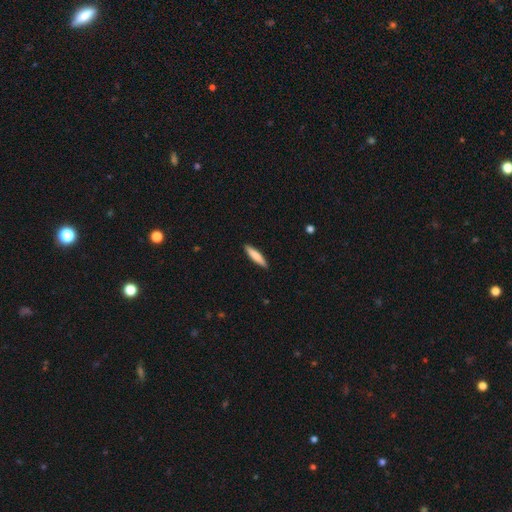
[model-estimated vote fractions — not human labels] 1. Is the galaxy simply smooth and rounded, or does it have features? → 78% smooth, 17% featured or disk, 5% star or artifact.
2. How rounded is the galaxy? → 85% cigar-shaped, 14% in between, 1% round.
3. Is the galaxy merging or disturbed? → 90% none, 7% minor disturbance, 2% major disturbance, 1% merger.